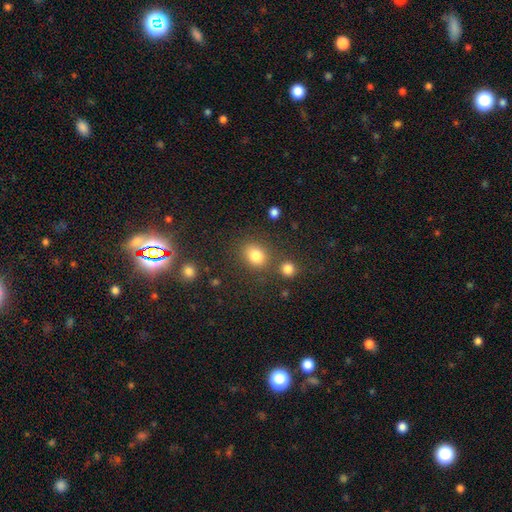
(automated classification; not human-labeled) Morphology: type=smooth (81%); roundness=round (60%); merging=none (72%).